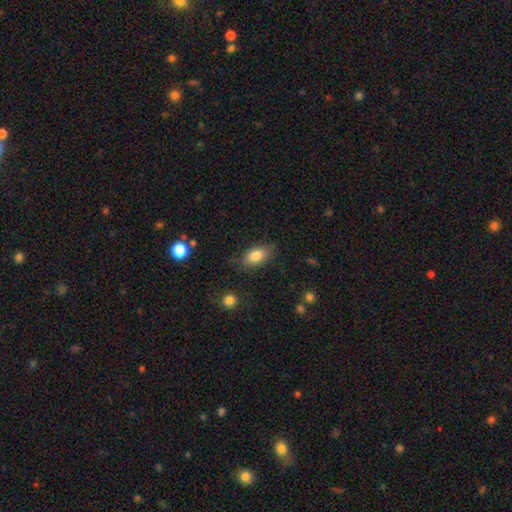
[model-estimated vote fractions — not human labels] Smooth or featured?
  - smooth: 83% *
  - featured or disk: 9%
  - star or artifact: 8%
How rounded?
  - in between: 89% *
  - round: 6%
  - cigar-shaped: 5%
Merging?
  - none: 78% *
  - minor disturbance: 16%
  - major disturbance: 4%
  - merger: 2%